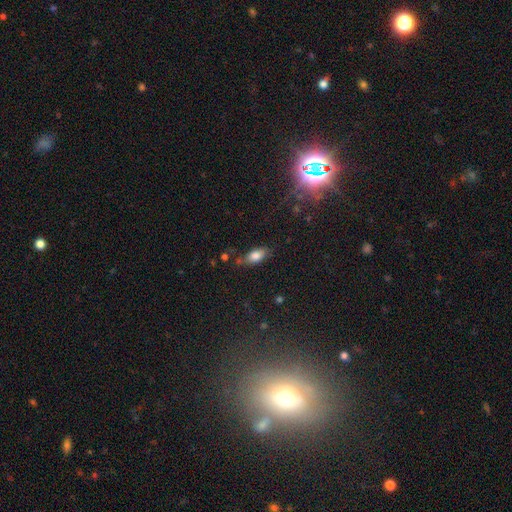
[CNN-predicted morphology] A smooth galaxy with no disk features (79%) that is in between round and cigar-shaped (86%).

Vote fractions:
- Smooth or featured? smooth: 79% / featured or disk: 12% / star or artifact: 9%
- How rounded? in between: 86% / cigar-shaped: 10% / round: 4%
- Merging? none: 70% / minor disturbance: 20% / major disturbance: 5% / merger: 5%